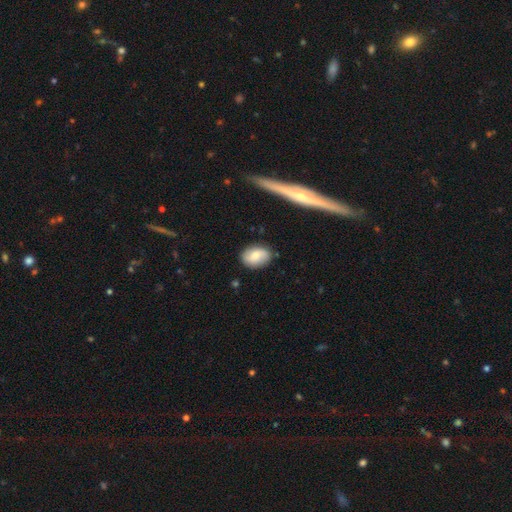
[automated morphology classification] smooth 67%, featured or disk 26%, star or artifact 7%. Down the decision tree: how rounded — in between (74%); merging — none (83%).